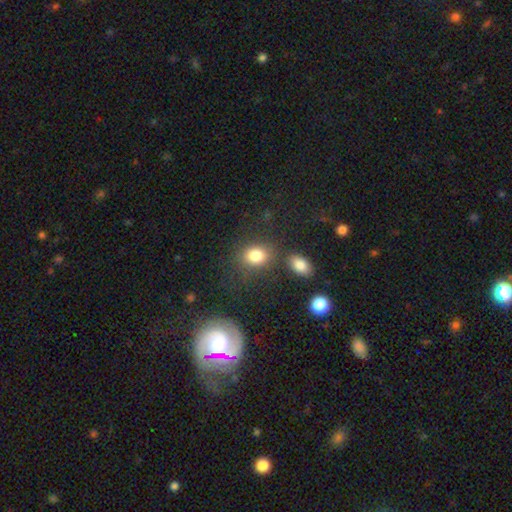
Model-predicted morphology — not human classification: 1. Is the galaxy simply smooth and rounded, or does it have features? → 83% smooth, 10% star or artifact, 7% featured or disk.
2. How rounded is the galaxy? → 54% in between, 44% round, 1% cigar-shaped.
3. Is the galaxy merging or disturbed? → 69% none, 14% minor disturbance, 11% merger, 6% major disturbance.